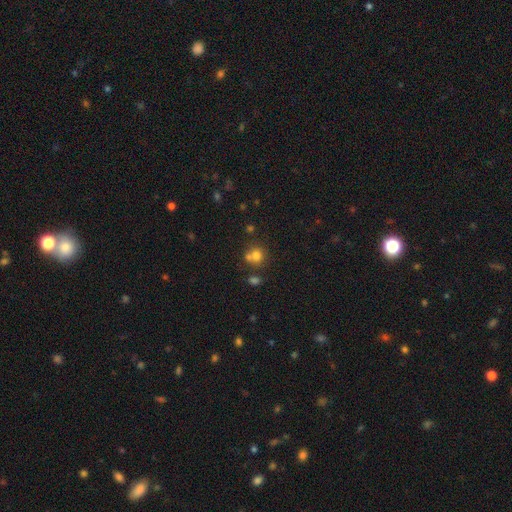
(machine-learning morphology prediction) Smooth or featured? smooth (74%)
How rounded? round (81%)
Merging? none (50%)